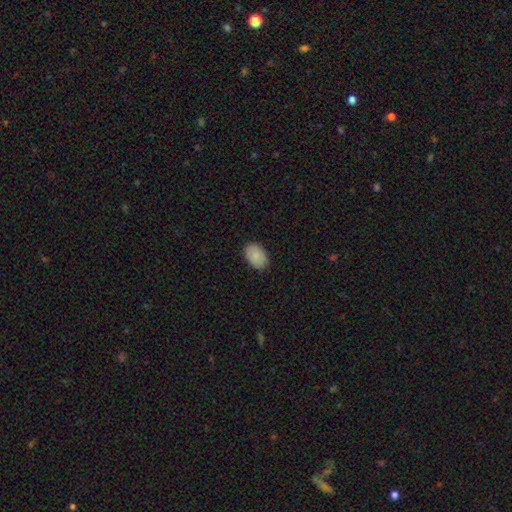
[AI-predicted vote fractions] smooth-or-featured: smooth: 88% | star or artifact: 7% | featured or disk: 6%
  how-rounded: in between: 87% | round: 11% | cigar-shaped: 1%
  merging: none: 88% | minor disturbance: 9% | major disturbance: 2% | merger: 1%